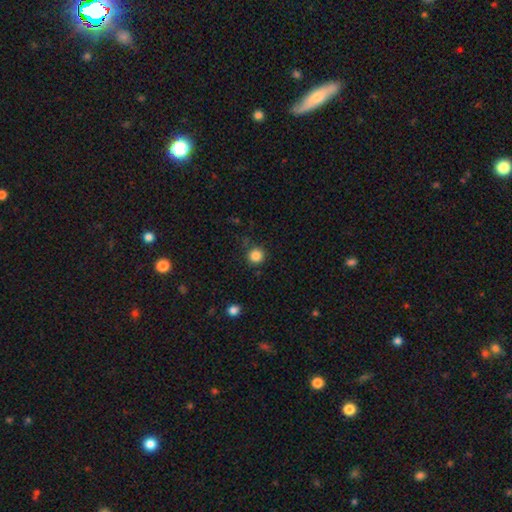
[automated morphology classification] This is clearly a smooth galaxy (85%). How rounded: clearly round (95%). Merging: clearly none (86%).